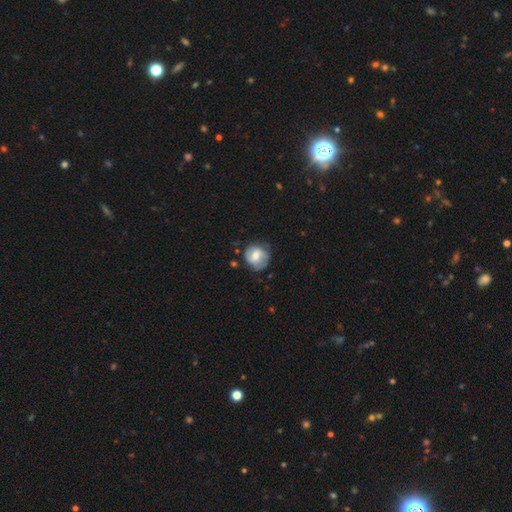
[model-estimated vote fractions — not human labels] This appears to be a smooth galaxy with no disk features (53%) that is round (80%). Merging: none (65%).